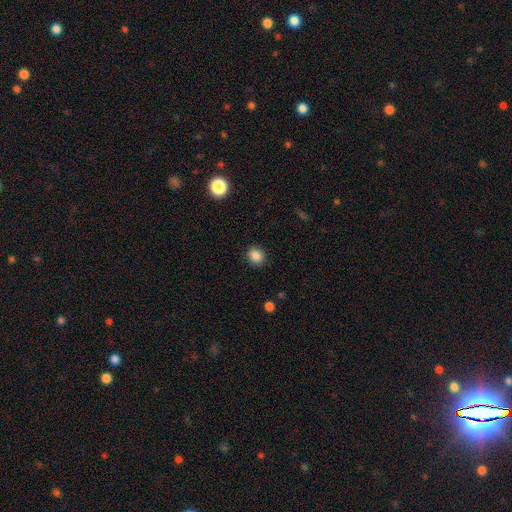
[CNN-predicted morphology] This appears to be a smooth galaxy with no disk features (86%) that is round (81%). Merging: none (90%).